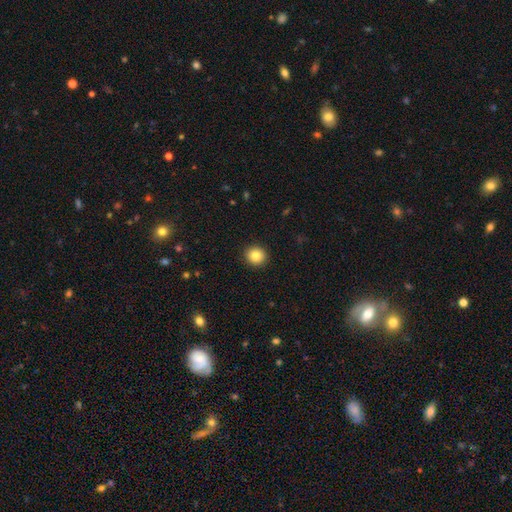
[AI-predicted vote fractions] Smooth or featured? smooth (85%)
How rounded? round (91%)
Merging? none (92%)